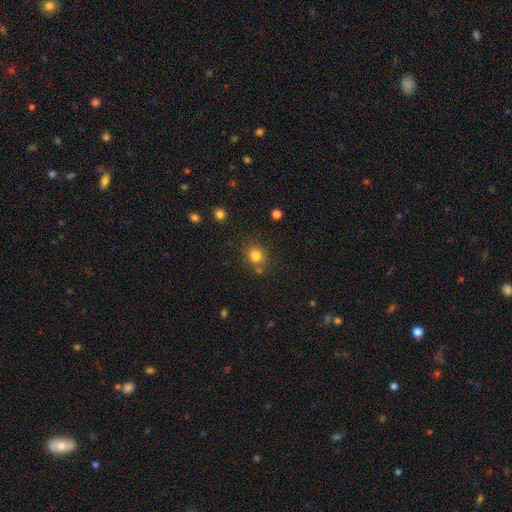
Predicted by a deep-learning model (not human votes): A smooth galaxy with no disk features (81%) that is round (87%). Merging: none (78%).